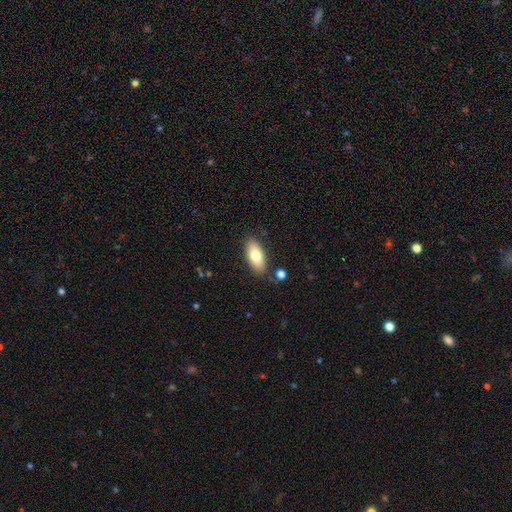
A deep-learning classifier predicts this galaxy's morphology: Smooth or featured? smooth (77%)
How rounded? in between (85%)
Merging? none (83%)